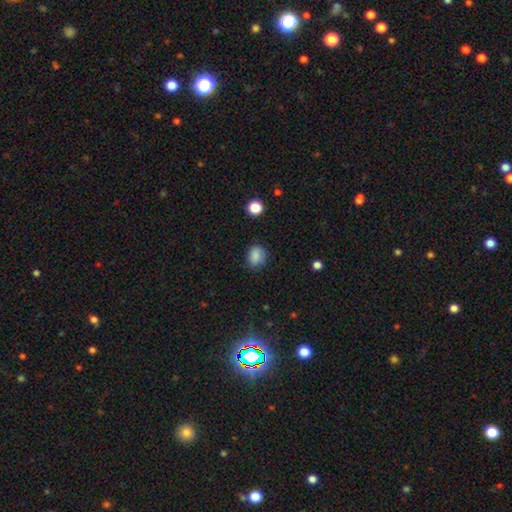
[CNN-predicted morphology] This appears to be a smooth galaxy with no disk features (85%) that is round (51%). Merging: none (73%).